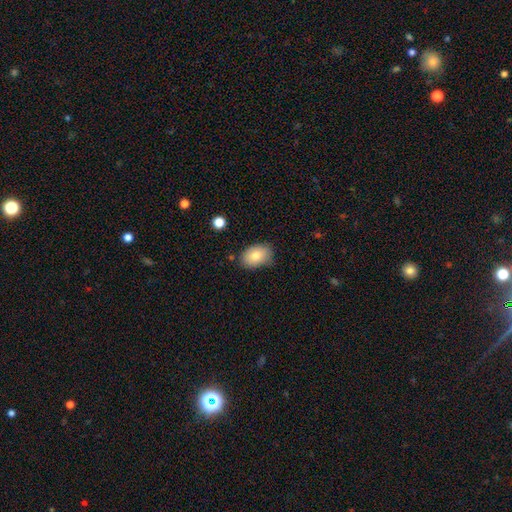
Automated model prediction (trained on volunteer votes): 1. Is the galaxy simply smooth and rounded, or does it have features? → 80% smooth, 12% featured or disk, 8% star or artifact.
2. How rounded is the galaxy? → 85% in between, 14% round, 1% cigar-shaped.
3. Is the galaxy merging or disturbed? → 76% none, 18% minor disturbance, 3% major disturbance, 2% merger.